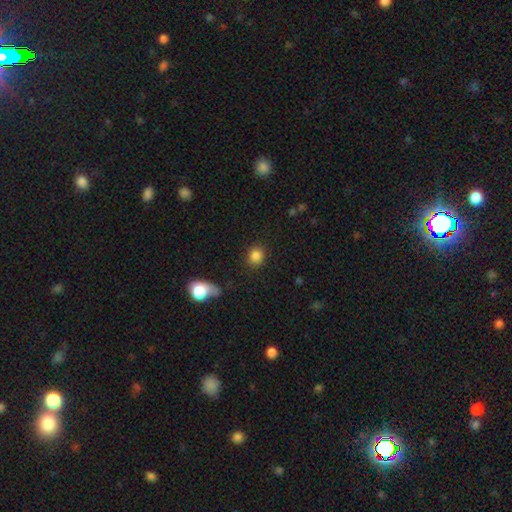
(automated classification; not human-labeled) Smooth or featured? Predicted: smooth (p=0.85). How rounded? Predicted: round (p=0.73). Merging? Predicted: none (p=0.85).